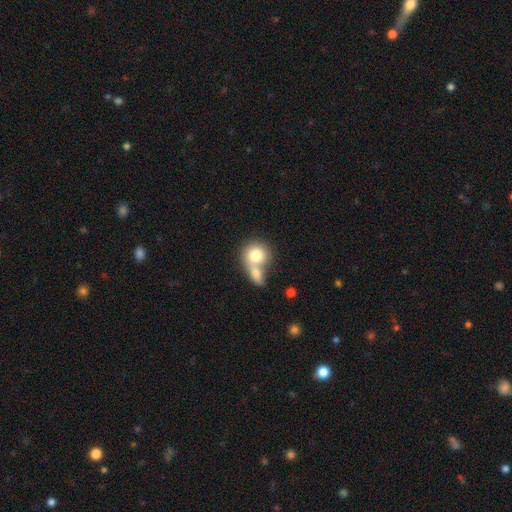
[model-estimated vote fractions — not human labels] Overall: smooth (75%). How rounded: round (77%). Merging: merger (63%; none 26%).